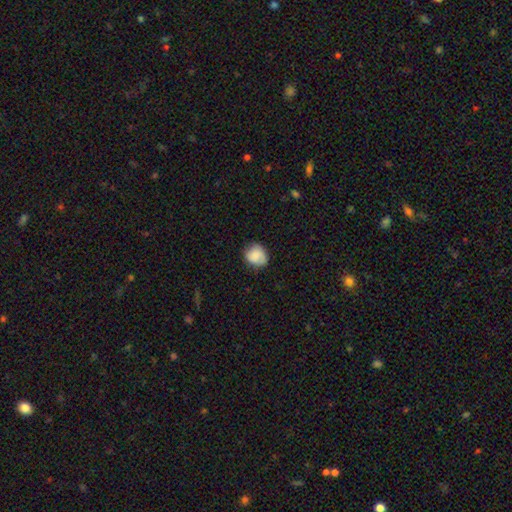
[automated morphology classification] Smooth or featured: smooth — 81% (featured or disk — 11%)
How rounded: round — 72% (in between — 27%)
Merging: none — 72% (minor disturbance — 22%)